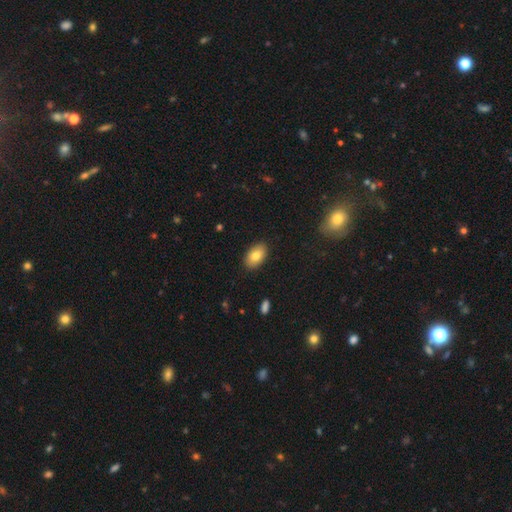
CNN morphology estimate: smooth 81%, featured or disk 12%, star or artifact 7%. Down the decision tree: how rounded — in between (92%); merging — none (88%).